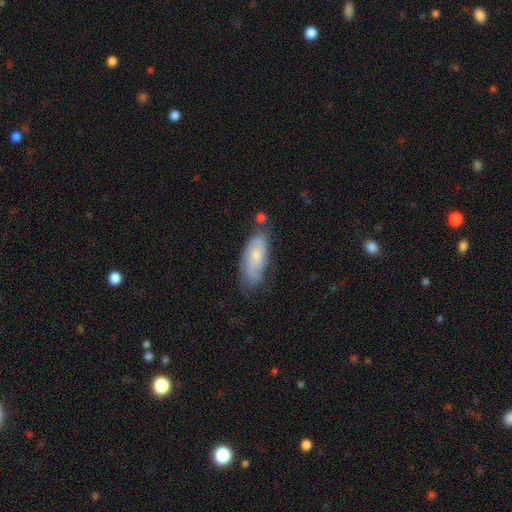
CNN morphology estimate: Q: Smooth or featured?
A: featured or disk (47%); runner-up: smooth (45%)
Q: Merging?
A: none (61%); runner-up: minor disturbance (27%)